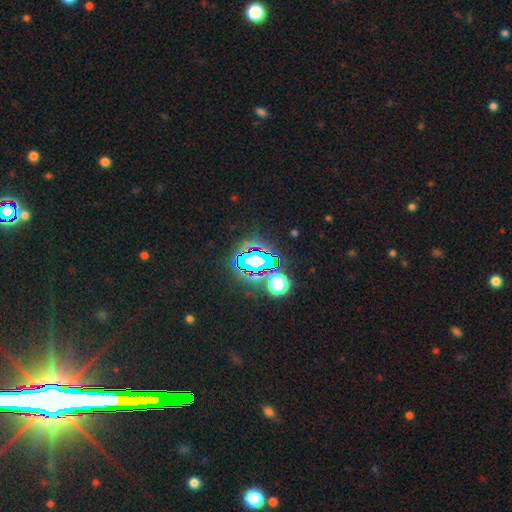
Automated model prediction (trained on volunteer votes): This is likely a star or artifact rather than a galaxy (72%).